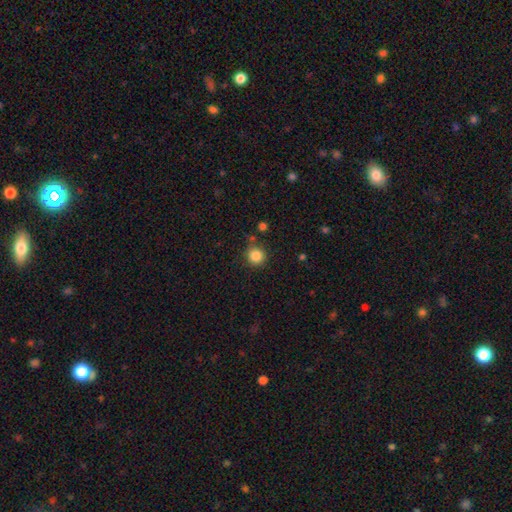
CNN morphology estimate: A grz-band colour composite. It shows a smooth galaxy with no disk features (86%) that is round (93%). Merging: none (84%).